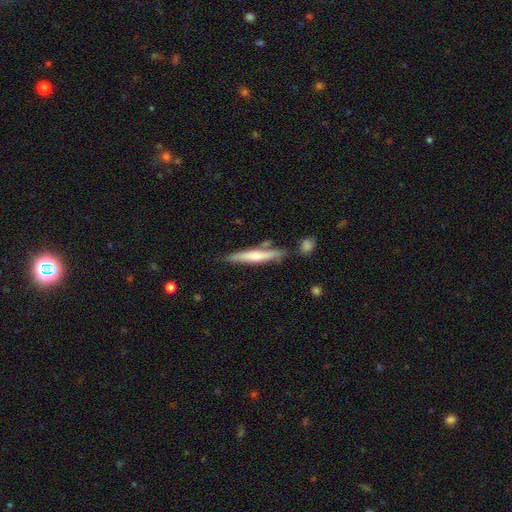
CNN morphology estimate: Smooth or featured? smooth (53%)
How rounded? cigar-shaped (92%)
Merging? none (75%)